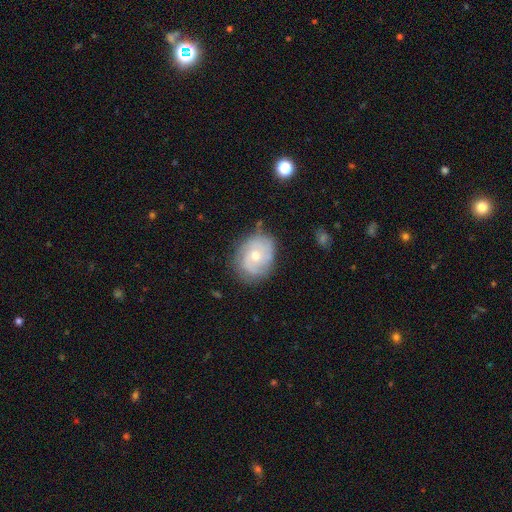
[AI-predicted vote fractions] This appears to be a featured or disk galaxy (69%) with no bar (77%), tight (57%) spiral arms (87%) and a moderate central bulge (58%). Merging: none (72%).